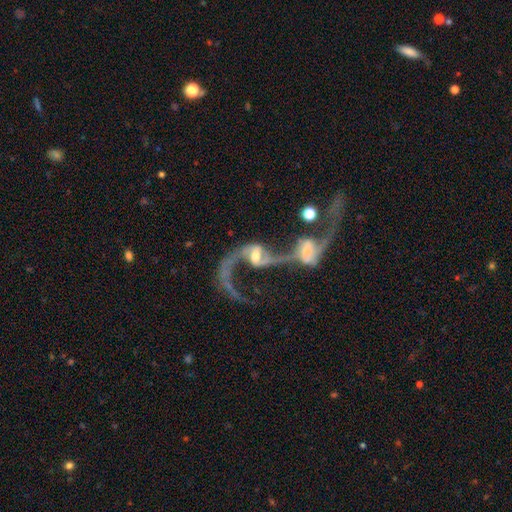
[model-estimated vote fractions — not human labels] The model was most divided on "bar": weak: 43%, no: 29%, strong: 28%. More confident: edge-on disk — no (96%); spiral arms — yes (90%); spiral winding — loose (85%); smooth or featured — featured or disk (84%); spiral arm count — 2 (81%); merging — merger (69%); bulge size — moderate (52%).